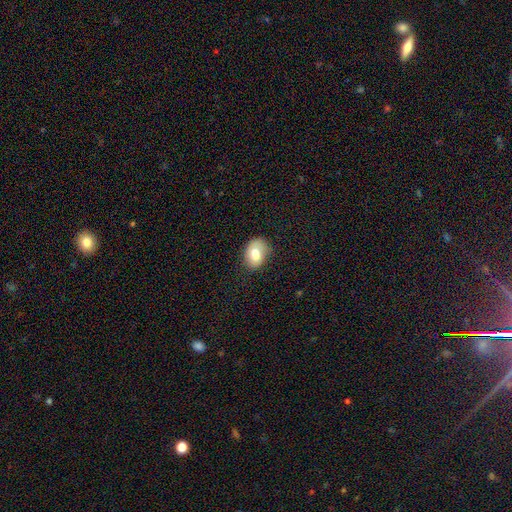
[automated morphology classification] A smooth galaxy with no disk features (73%) that is in between round and cigar-shaped (75%). Merging: none (60%).